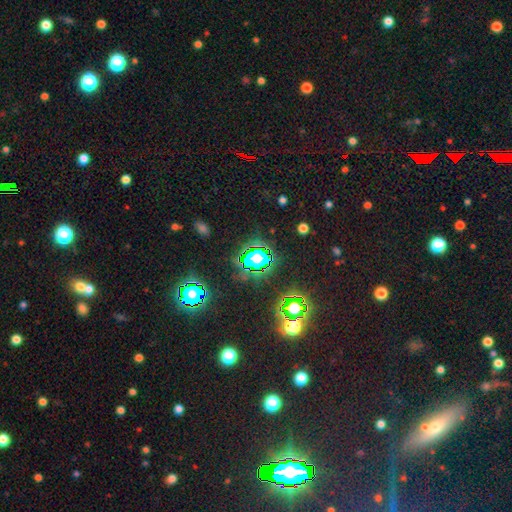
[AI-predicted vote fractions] Q: Smooth or featured?
A: star or artifact (78%); runner-up: smooth (14%)